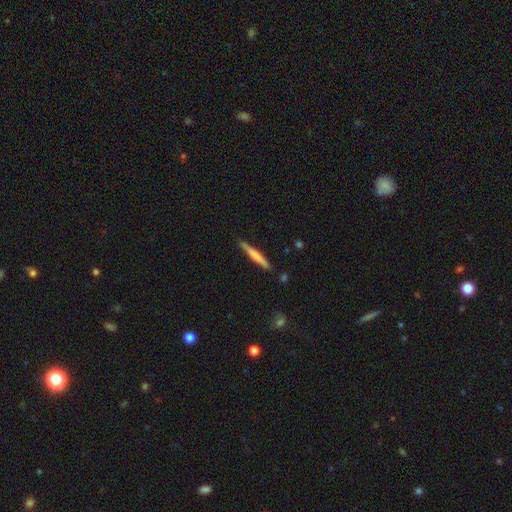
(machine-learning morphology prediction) smooth 57%, featured or disk 38%, star or artifact 5%. Down the decision tree: how rounded — cigar-shaped (95%); merging — none (87%).